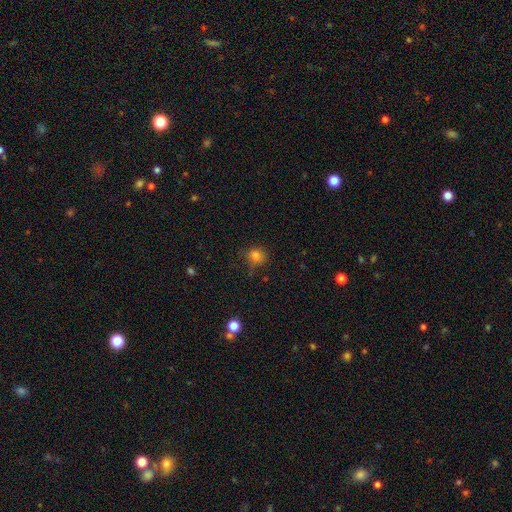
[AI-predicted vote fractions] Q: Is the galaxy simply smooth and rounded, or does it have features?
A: smooth — 81%.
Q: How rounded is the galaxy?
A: round — 83%.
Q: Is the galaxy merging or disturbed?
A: none — 74%.